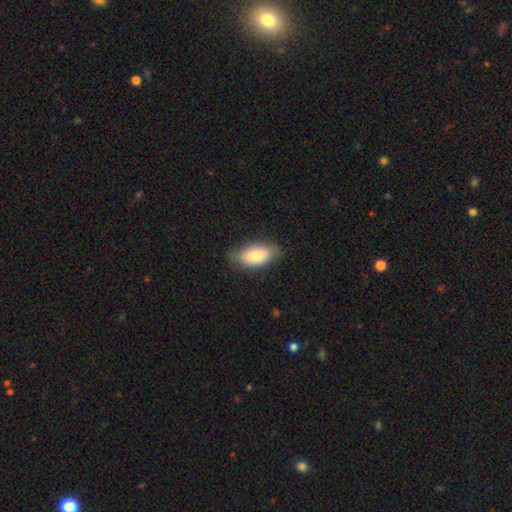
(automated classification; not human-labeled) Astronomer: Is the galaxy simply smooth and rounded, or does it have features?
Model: smooth — 79%.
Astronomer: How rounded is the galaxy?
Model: in between — 92%.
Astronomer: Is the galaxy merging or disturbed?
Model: none — 78%.